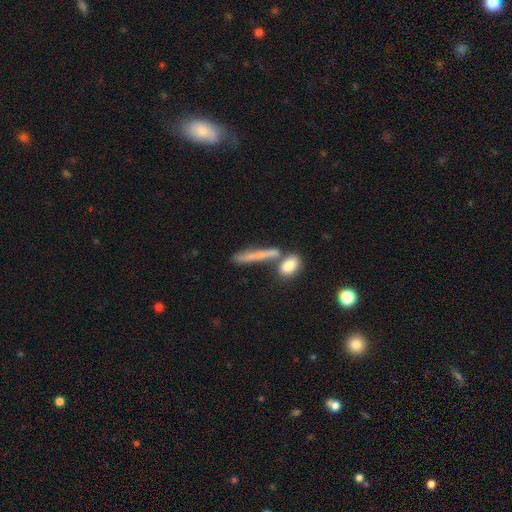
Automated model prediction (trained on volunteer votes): Q: Smooth or featured?
A: smooth (57%); runner-up: featured or disk (34%)
Q: How rounded?
A: cigar-shaped (81%); runner-up: in between (14%)
Q: Merging?
A: none (57%); runner-up: merger (22%)